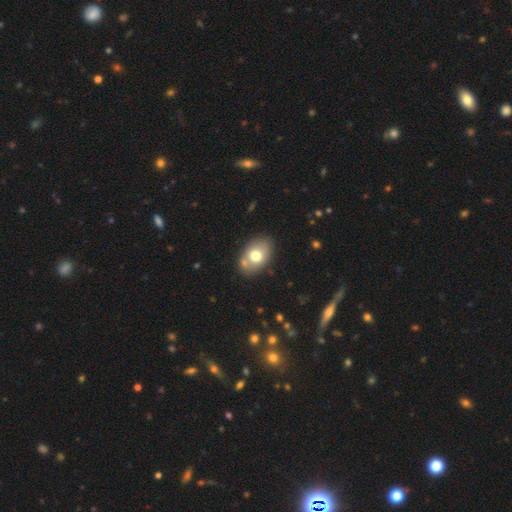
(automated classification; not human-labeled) The model was most divided on "smooth or featured": smooth: 70%, featured or disk: 22%, star or artifact: 8%. More confident: how rounded — in between (83%); merging — none (74%).